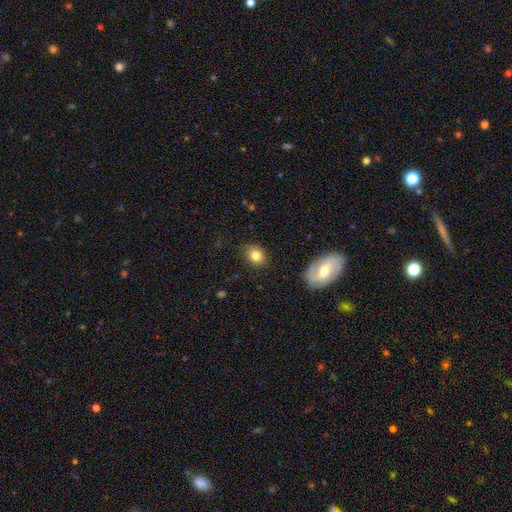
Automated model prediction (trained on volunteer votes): Overall: smooth (80%). How rounded: in between (50%; round 49%). Merging: none (86%).